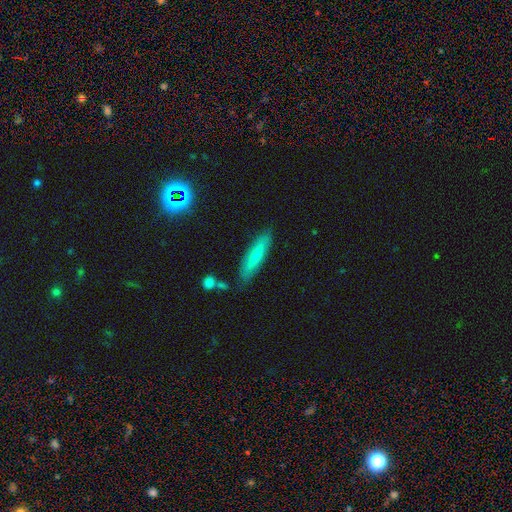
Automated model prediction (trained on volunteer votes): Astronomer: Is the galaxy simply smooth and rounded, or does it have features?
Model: smooth — 62%.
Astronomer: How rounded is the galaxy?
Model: cigar-shaped — 77%.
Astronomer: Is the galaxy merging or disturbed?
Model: none — 81%.